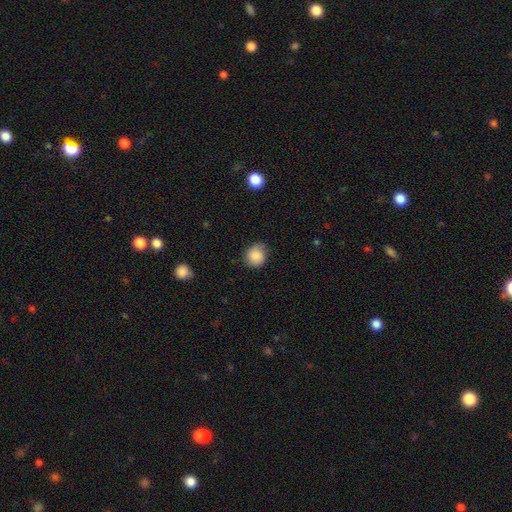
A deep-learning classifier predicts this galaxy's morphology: A smooth galaxy with no disk features (87%) that is round (80%).

Vote fractions:
- Smooth or featured? smooth: 87% / star or artifact: 8% / featured or disk: 5%
- How rounded? round: 80% / in between: 19% / cigar-shaped: 1%
- Merging? none: 80% / minor disturbance: 16% / major disturbance: 3% / merger: 1%